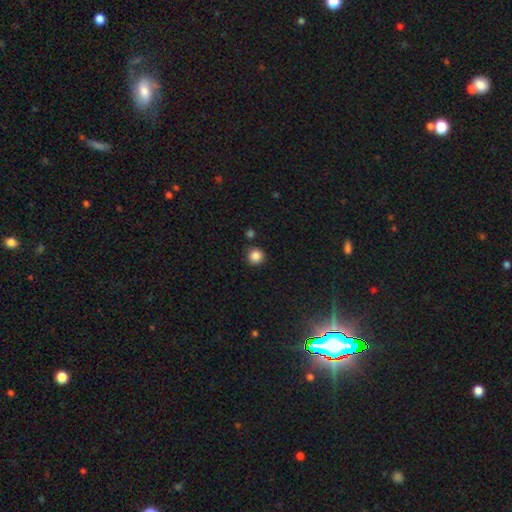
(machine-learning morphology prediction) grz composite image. It shows a smooth galaxy with no disk features (86%) that is round (95%). Merging: none (88%).